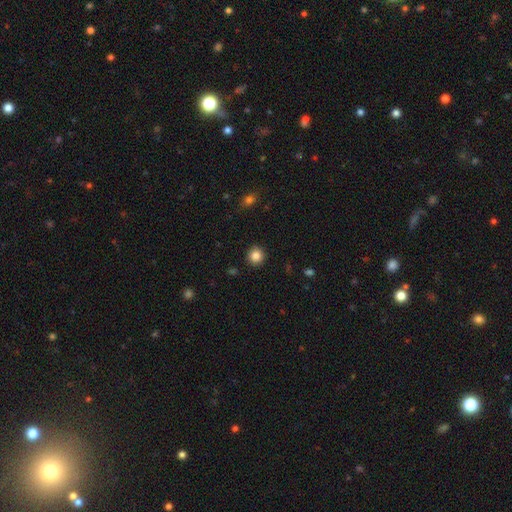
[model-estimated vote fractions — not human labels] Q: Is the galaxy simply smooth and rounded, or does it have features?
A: smooth — 85%.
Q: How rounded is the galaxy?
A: round — 93%.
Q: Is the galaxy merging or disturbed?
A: none — 92%.